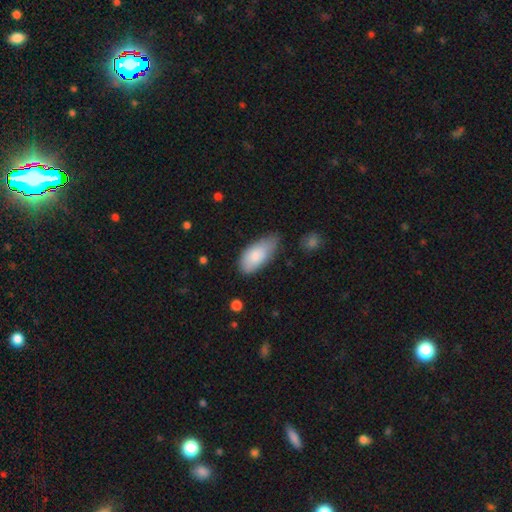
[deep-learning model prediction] The model was most divided on "merging": none: 50%, minor disturbance: 38%, major disturbance: 9%, merger: 3%. More confident: how rounded — in between (91%); smooth or featured — smooth (82%).